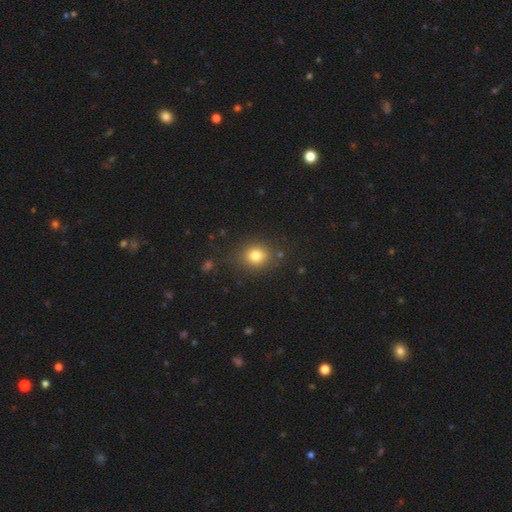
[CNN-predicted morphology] smooth 78%, star or artifact 13%, featured or disk 9%. Down the decision tree: how rounded — round (72%); merging — none (82%).